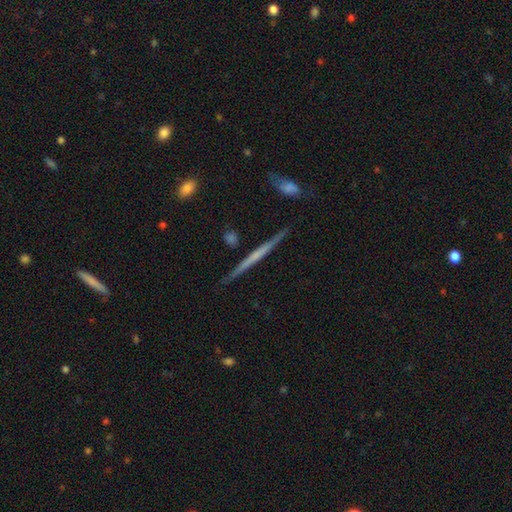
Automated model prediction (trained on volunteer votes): Overall: featured or disk (64%; smooth 29%). Edge-on disk: yes (97%). Edge-on bulge: none (75%). Merging: none (88%).